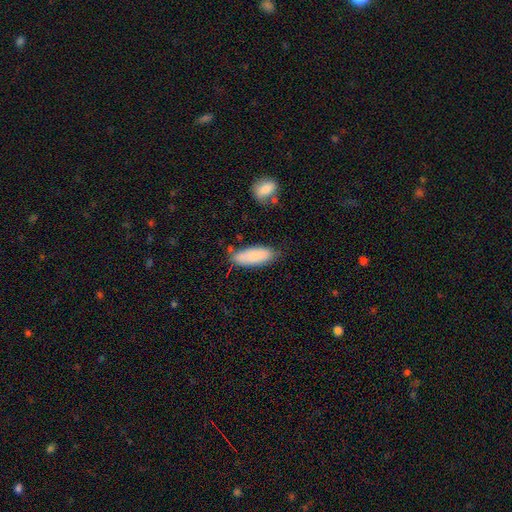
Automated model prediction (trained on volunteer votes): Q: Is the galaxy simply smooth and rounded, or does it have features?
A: smooth — 86%.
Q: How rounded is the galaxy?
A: in between — 74%.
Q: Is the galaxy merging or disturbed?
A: none — 71%.